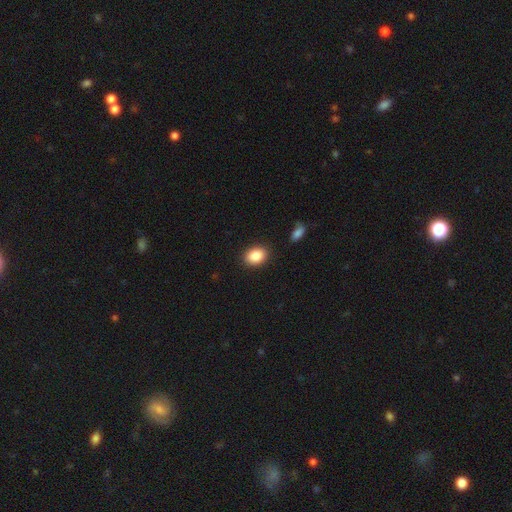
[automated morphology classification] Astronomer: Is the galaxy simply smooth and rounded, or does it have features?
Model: smooth — 87%.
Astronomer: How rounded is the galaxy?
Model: in between — 70%.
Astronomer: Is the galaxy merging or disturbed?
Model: none — 88%.